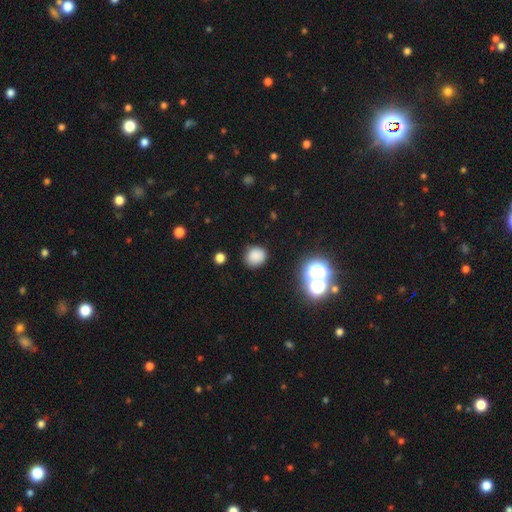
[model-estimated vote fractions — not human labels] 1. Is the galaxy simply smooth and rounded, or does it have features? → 80% smooth, 15% star or artifact, 5% featured or disk.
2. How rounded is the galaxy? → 82% round, 17% in between, 1% cigar-shaped.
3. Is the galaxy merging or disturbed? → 83% none, 12% minor disturbance, 3% major disturbance, 2% merger.